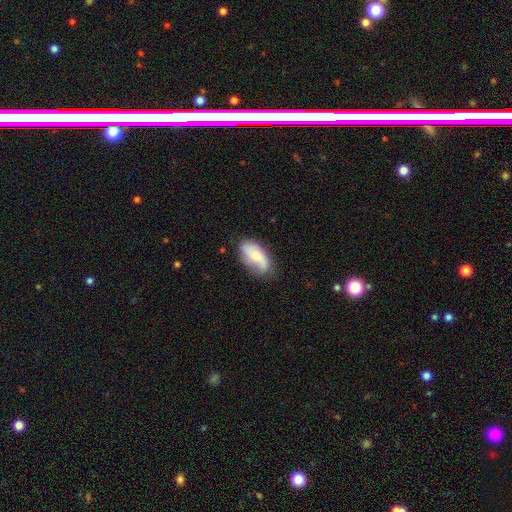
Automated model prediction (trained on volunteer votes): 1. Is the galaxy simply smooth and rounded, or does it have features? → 49% smooth, 44% featured or disk, 7% star or artifact.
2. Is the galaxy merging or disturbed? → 64% none, 26% minor disturbance, 8% major disturbance, 2% merger.